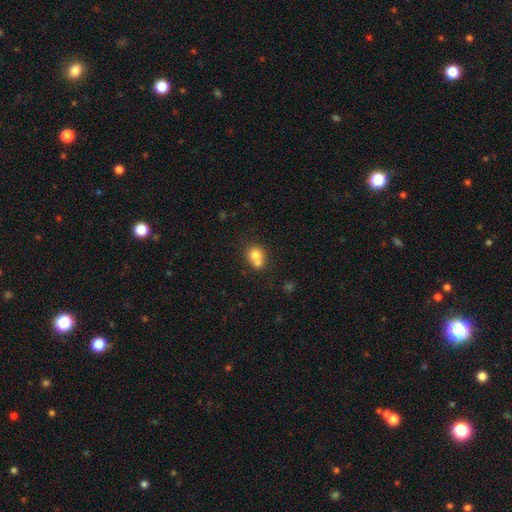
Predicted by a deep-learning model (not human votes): Smooth or featured: smooth — 75% (featured or disk — 15%)
How rounded: round — 74% (in between — 25%)
Merging: merger — 55% (none — 34%)